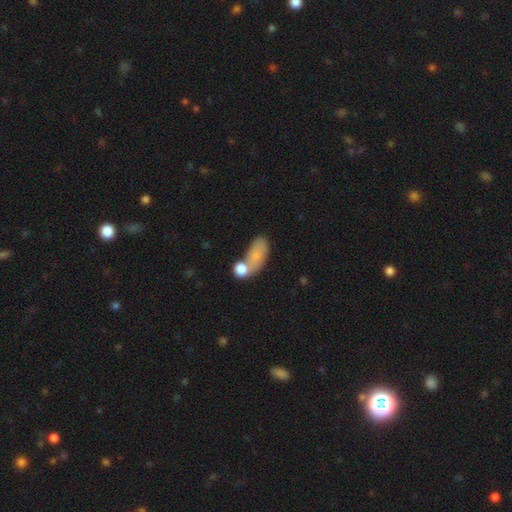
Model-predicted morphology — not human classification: Smooth or featured?
  - smooth: 76% *
  - featured or disk: 14%
  - star or artifact: 9%
How rounded?
  - in between: 83% *
  - round: 10%
  - cigar-shaped: 6%
Merging?
  - merger: 38% *
  - none: 34%
  - minor disturbance: 17%
  - major disturbance: 12%